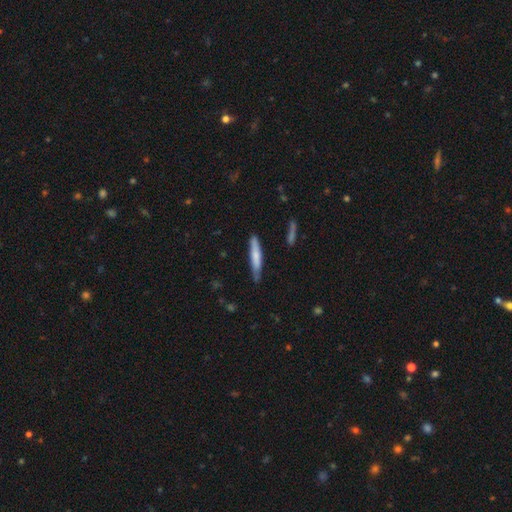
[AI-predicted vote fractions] This is likely a smooth galaxy (67%). How rounded: clearly cigar-shaped (91%). Merging: likely none (74%).